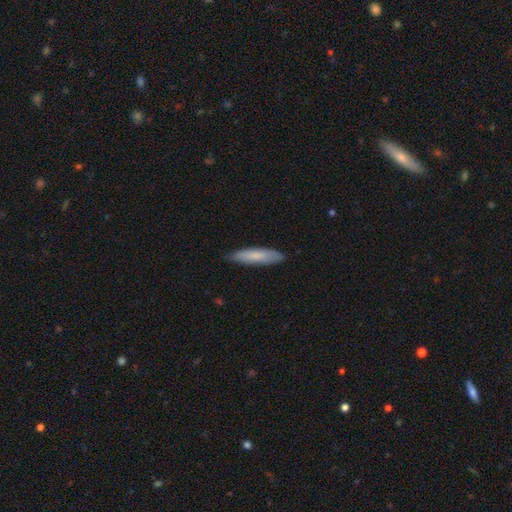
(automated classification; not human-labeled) A smooth galaxy with no disk features (76%) that is cigar-shaped (81%).

Vote fractions:
- Smooth or featured? smooth: 76% / featured or disk: 19% / star or artifact: 6%
- How rounded? cigar-shaped: 81% / in between: 17% / round: 1%
- Merging? none: 85% / minor disturbance: 12% / major disturbance: 2% / merger: 1%